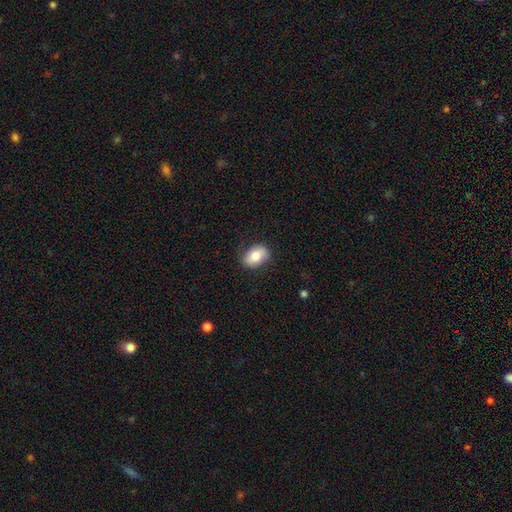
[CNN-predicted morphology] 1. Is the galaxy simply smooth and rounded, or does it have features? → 78% smooth, 14% featured or disk, 7% star or artifact.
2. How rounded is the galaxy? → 82% in between, 17% round, 1% cigar-shaped.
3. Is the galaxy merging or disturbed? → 79% none, 16% minor disturbance, 4% major disturbance, 1% merger.